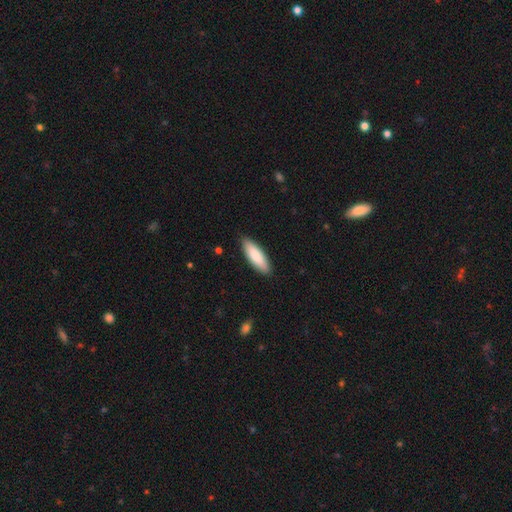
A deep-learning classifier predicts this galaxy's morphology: Smooth or featured: smooth — 85% (featured or disk — 10%)
How rounded: in between — 55% (cigar-shaped — 43%)
Merging: none — 89% (minor disturbance — 9%)